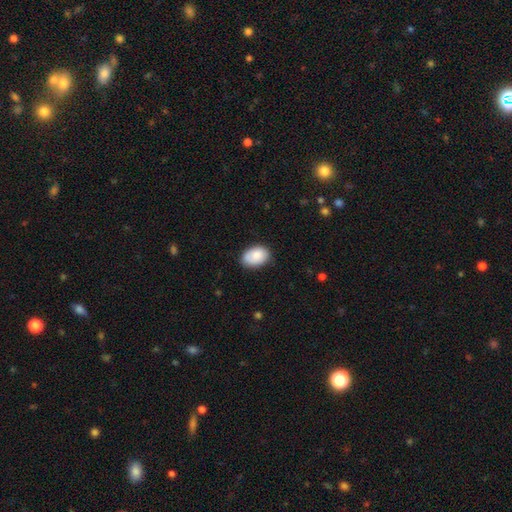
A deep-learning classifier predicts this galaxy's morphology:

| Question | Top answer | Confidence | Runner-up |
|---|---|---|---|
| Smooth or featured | smooth | 85% | featured or disk (9%) |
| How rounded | in between | 84% | round (15%) |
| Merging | none | 75% | minor disturbance (20%) |